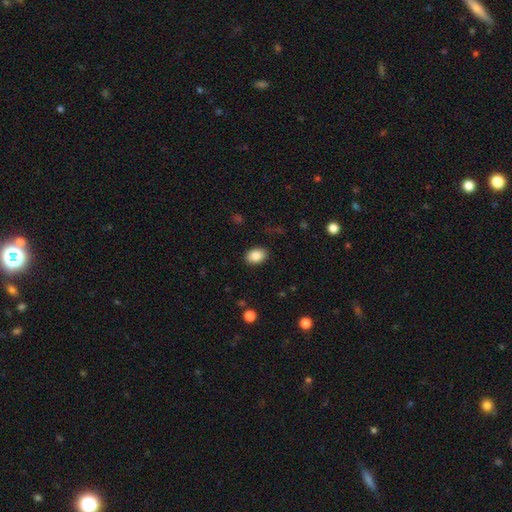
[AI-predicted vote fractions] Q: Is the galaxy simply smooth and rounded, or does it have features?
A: smooth — 87%.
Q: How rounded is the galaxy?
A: in between — 80%.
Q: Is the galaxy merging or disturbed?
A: none — 87%.